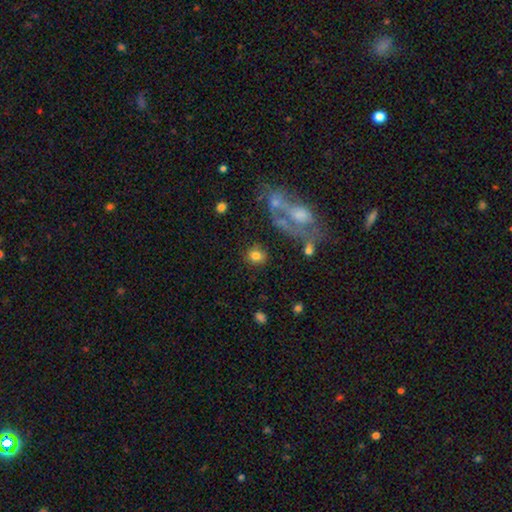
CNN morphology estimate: smooth 80%, featured or disk 11%, star or artifact 10%. Down the decision tree: how rounded — round (78%); merging — none (82%).